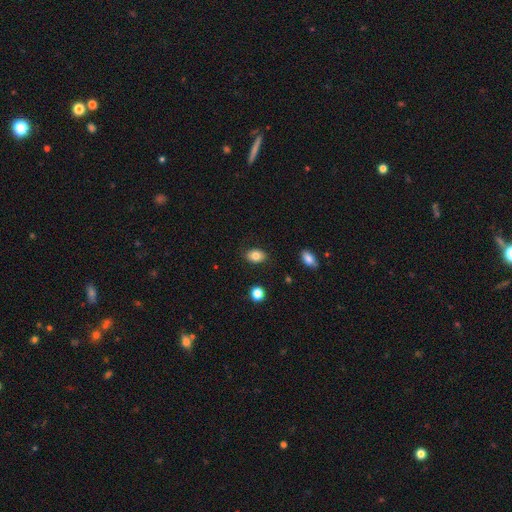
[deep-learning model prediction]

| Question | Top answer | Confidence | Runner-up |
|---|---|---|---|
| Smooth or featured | smooth | 82% | featured or disk (9%) |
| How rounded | in between | 75% | round (24%) |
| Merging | none | 85% | minor disturbance (11%) |